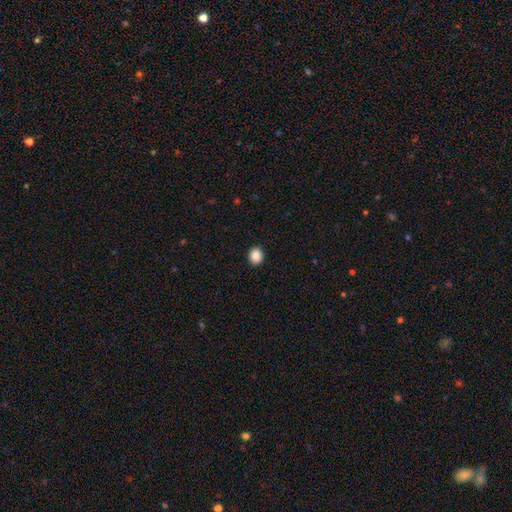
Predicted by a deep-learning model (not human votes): smooth 88%, star or artifact 9%, featured or disk 3%. Down the decision tree: how rounded — round (54%); merging — none (91%).